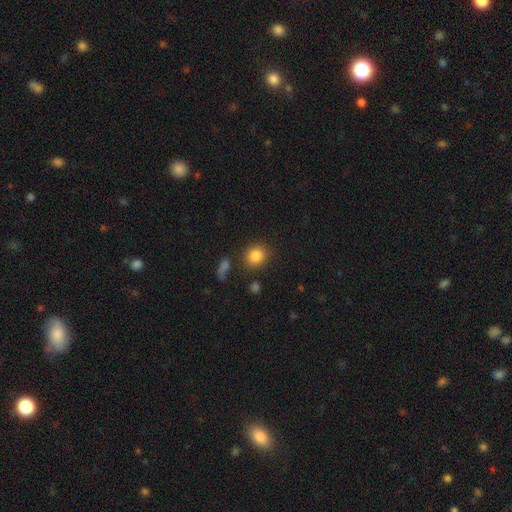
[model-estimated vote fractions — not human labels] Overall: smooth (84%). How rounded: round (81%). Merging: none (82%).